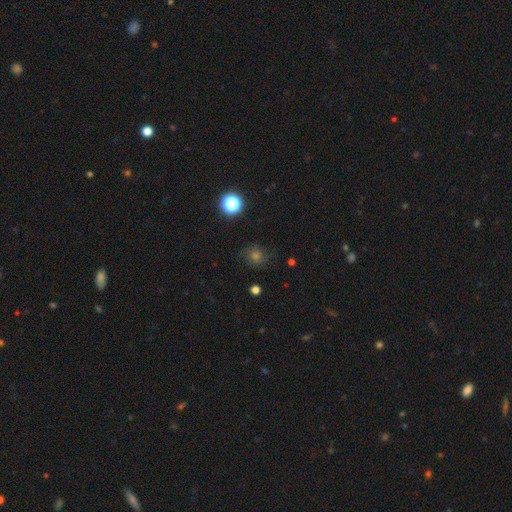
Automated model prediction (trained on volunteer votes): smooth_or_featured: smooth (p=0.50) [alt: star or artifact p=0.37]
merging: none (p=0.80) [alt: minor disturbance p=0.13]